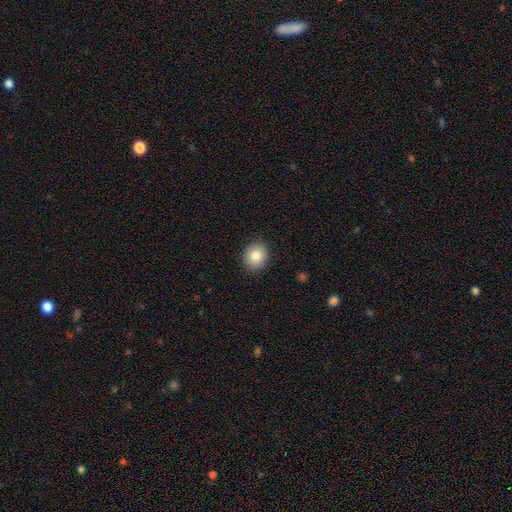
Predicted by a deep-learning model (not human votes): Morphology: type=smooth (85%); roundness=round (74%); merging=none (90%).